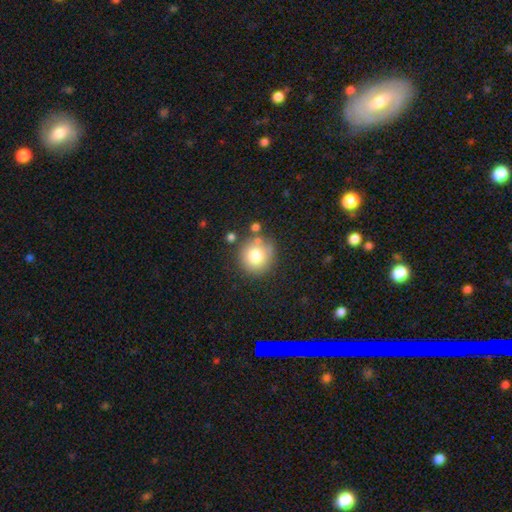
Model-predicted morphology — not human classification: This appears to be a smooth galaxy with no disk features (77%) that is round (92%). Merging: none (74%).